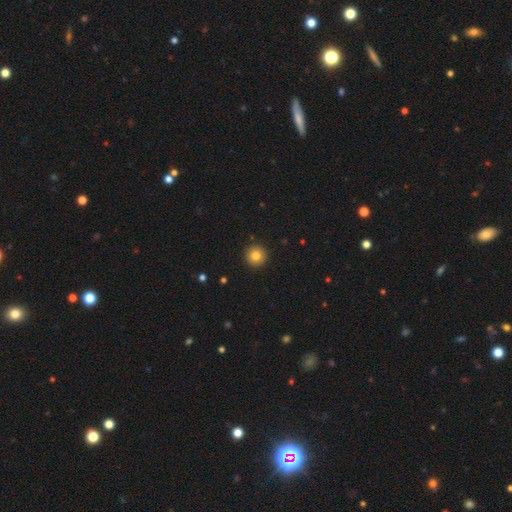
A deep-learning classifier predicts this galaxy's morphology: A smooth galaxy with no disk features (83%) that is round (96%). Merging: none (93%).